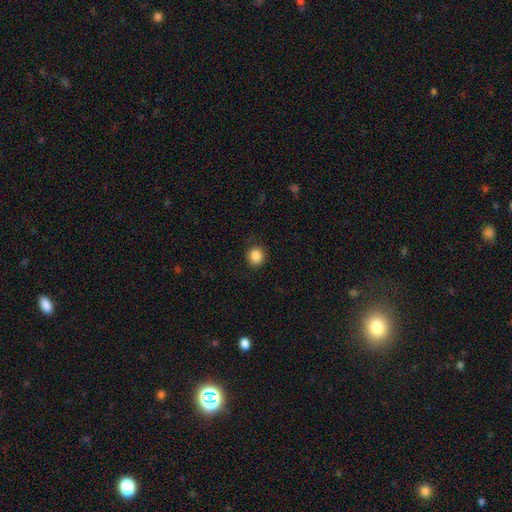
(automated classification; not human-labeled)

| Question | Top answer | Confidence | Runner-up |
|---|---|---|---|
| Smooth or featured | smooth | 87% | star or artifact (10%) |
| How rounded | round | 87% | in between (12%) |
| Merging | none | 88% | minor disturbance (9%) |